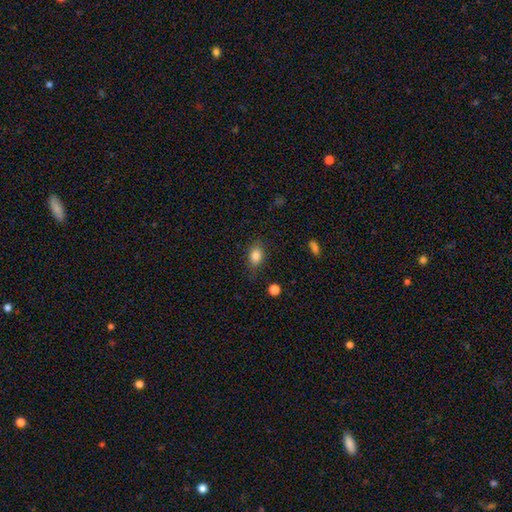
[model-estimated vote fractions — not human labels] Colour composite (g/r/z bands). It shows a smooth galaxy with no disk features (83%) that is in between round and cigar-shaped (75%). Merging: none (76%).